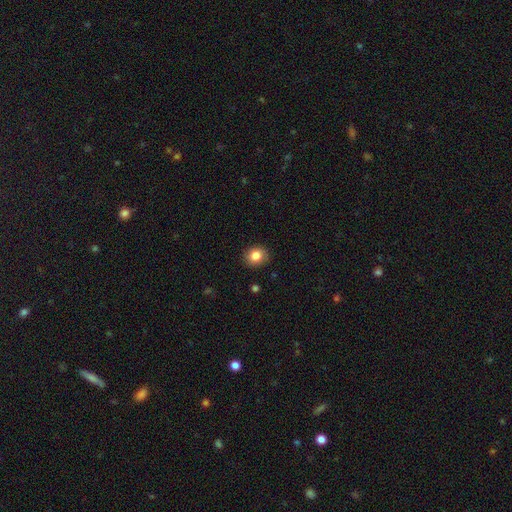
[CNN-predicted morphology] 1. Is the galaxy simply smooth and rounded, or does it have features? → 84% smooth, 10% star or artifact, 6% featured or disk.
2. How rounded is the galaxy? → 72% round, 27% in between, 1% cigar-shaped.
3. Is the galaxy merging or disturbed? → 89% none, 8% minor disturbance, 2% major disturbance, 1% merger.